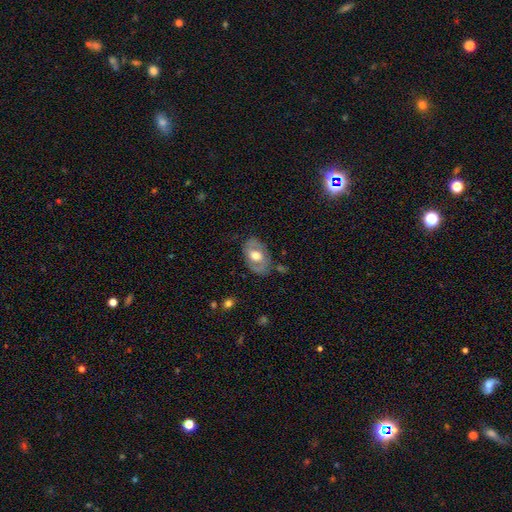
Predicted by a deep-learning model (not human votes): The model was most divided on "smooth or featured": featured or disk: 52%, smooth: 42%, star or artifact: 6%. More confident: edge-on disk — no (92%); merging — none (73%).